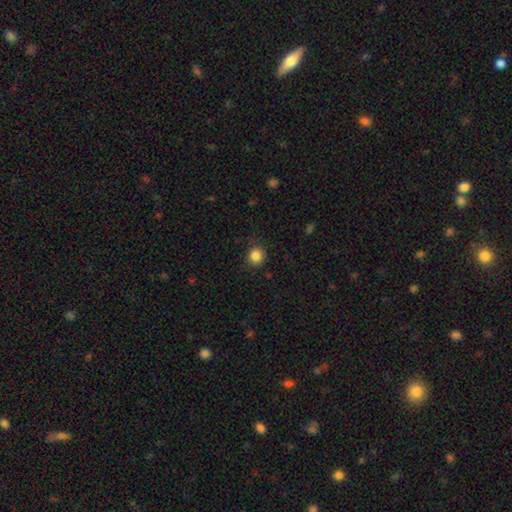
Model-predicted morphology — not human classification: smooth_or_featured: smooth (p=0.86) [alt: star or artifact p=0.11]
how_rounded: round (p=0.91) [alt: in between p=0.08]
merging: none (p=0.86) [alt: minor disturbance p=0.10]